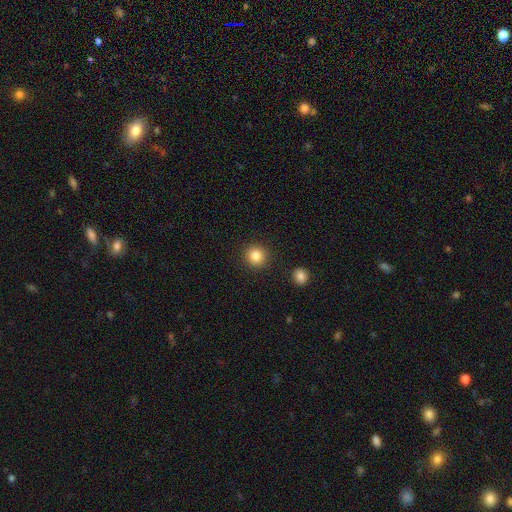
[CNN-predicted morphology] This appears to be a smooth galaxy with no disk features (85%) that is round (93%). Merging: none (90%).